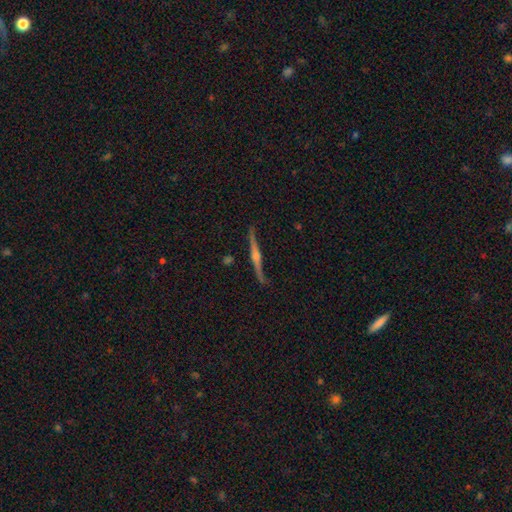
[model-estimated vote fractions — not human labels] A featured or disk galaxy (77%) viewed edge-on (97%) with a rounded central bulge (79%). Merging: none (87%).